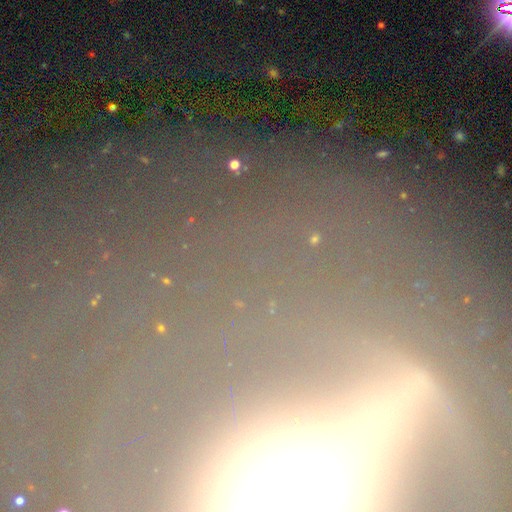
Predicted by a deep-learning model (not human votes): smooth_or_featured: star or artifact (p=0.41) [alt: featured or disk p=0.36]